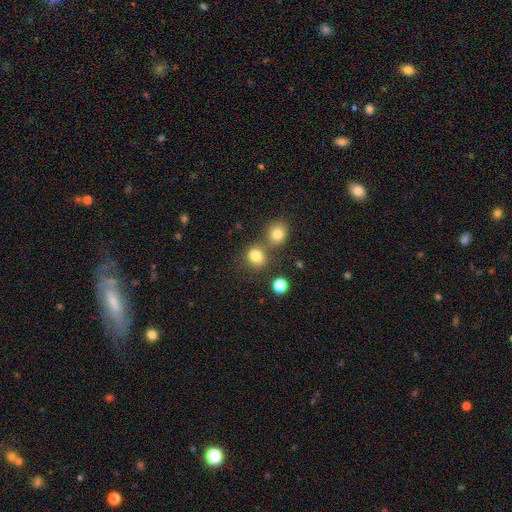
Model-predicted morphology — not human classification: type=smooth (80%); roundness=round (80%); merging=none (60%).